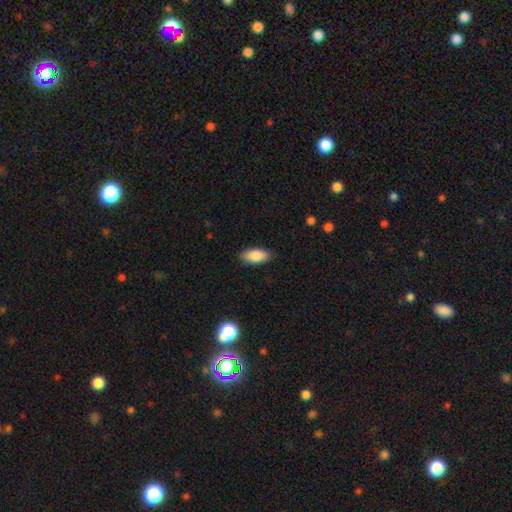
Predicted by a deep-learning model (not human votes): The model was most divided on "merging": none: 87%, minor disturbance: 10%, major disturbance: 2%, merger: 1%. More confident: how rounded — in between (90%); smooth or featured — smooth (87%).